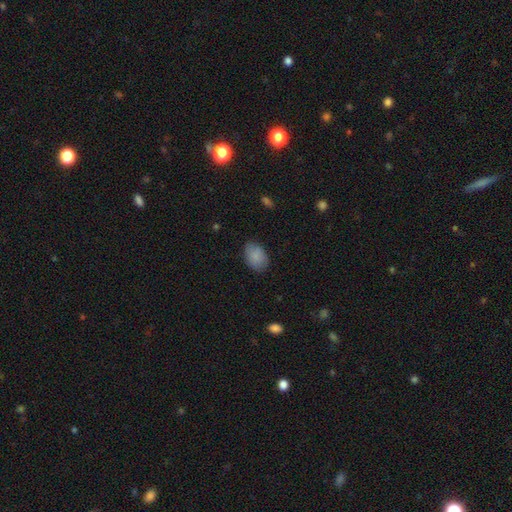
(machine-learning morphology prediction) smooth 87%, star or artifact 7%, featured or disk 6%. Down the decision tree: how rounded — in between (85%); merging — none (77%).